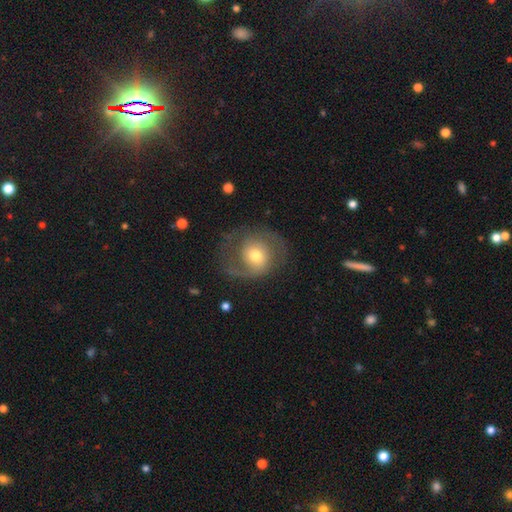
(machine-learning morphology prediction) A featured or disk galaxy (68%) with no bar (62%), 2 (73%) medium (47%) spiral arms (86%) and a moderate central bulge (65%). Merging: none (64%).